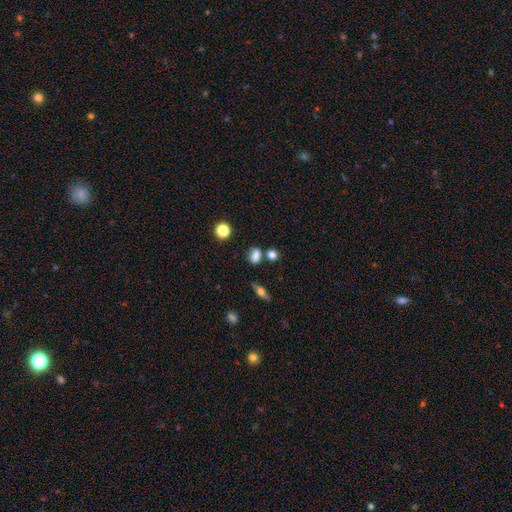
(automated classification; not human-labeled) Q: Smooth or featured?
A: smooth (81%); runner-up: star or artifact (13%)
Q: How rounded?
A: in between (66%); runner-up: round (31%)
Q: Merging?
A: none (69%); runner-up: minor disturbance (15%)